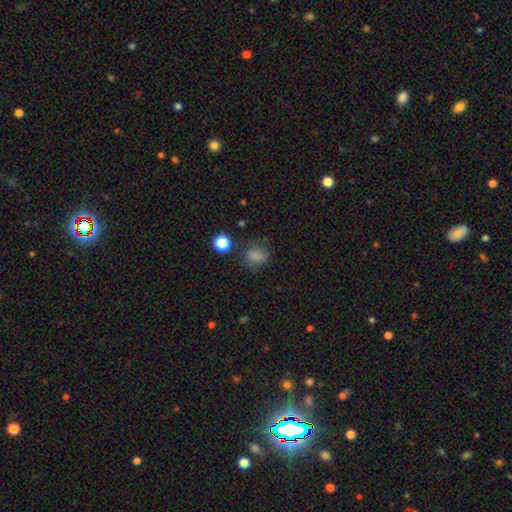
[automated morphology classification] type=smooth (77%); roundness=round (53%); merging=none (70%).